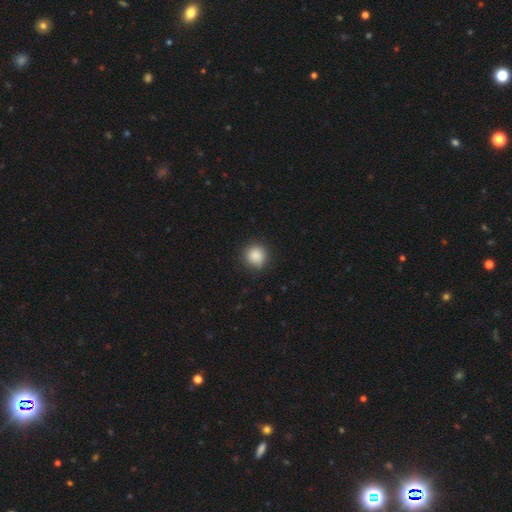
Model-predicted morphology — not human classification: Overall: smooth (87%). How rounded: round (91%). Merging: none (85%).